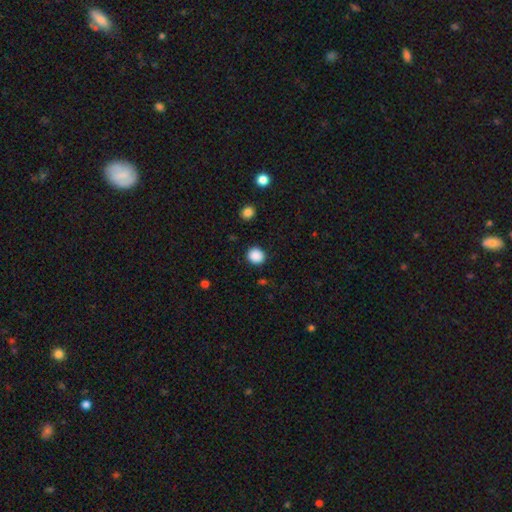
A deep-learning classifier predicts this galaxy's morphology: The model was most divided on "how rounded": round: 86%, in between: 14%, cigar-shaped: 1%. More confident: merging — none (90%); smooth or featured — smooth (88%).